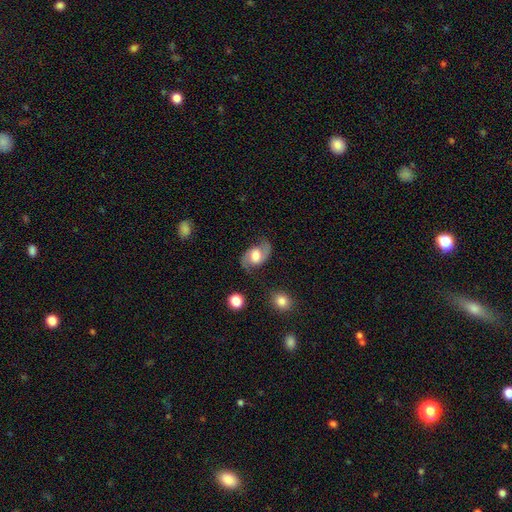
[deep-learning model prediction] Smooth or featured? Predicted: featured or disk (p=0.72). Edge-on disk? Predicted: no (p=0.96). Bar? Predicted: no (p=0.46). Spiral arms? Predicted: yes (p=0.92). Spiral winding? Predicted: medium (p=0.45). Spiral arm count? Predicted: 2 (p=0.92). Bulge size? Predicted: moderate (p=0.51). Merging? Predicted: none (p=0.74).